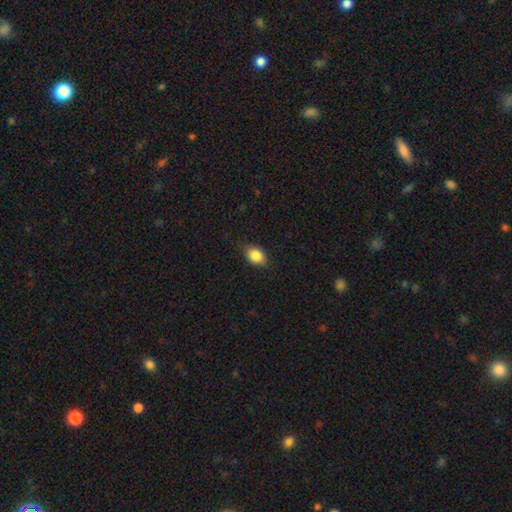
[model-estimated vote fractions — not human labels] smooth-or-featured: smooth: 86% | star or artifact: 8% | featured or disk: 6%
  how-rounded: in between: 74% | round: 25% | cigar-shaped: 2%
  merging: none: 82% | minor disturbance: 14% | major disturbance: 3% | merger: 1%